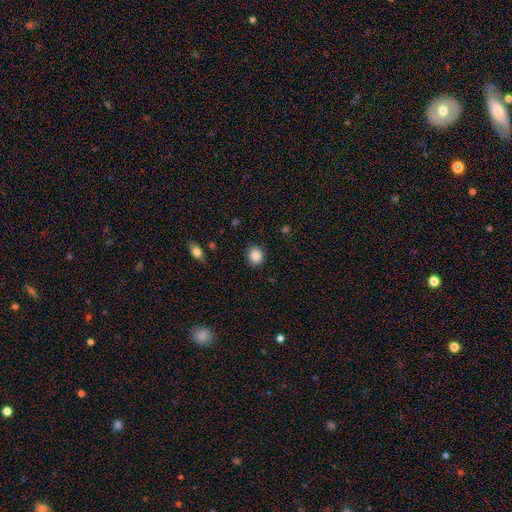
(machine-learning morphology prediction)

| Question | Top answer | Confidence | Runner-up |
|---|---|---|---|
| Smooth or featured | smooth | 87% | star or artifact (9%) |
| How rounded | round | 80% | in between (19%) |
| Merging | none | 88% | minor disturbance (8%) |